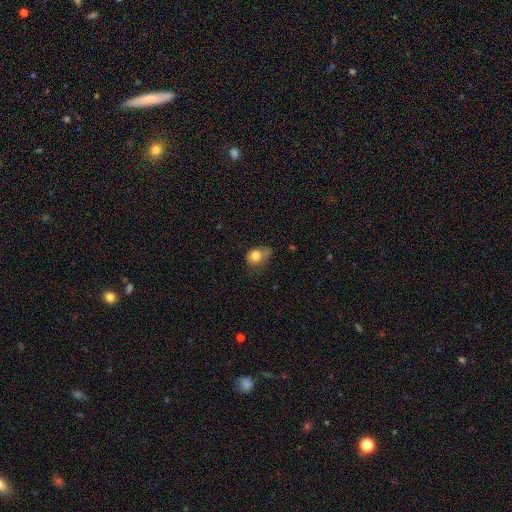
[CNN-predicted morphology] Smooth or featured: smooth — 77% (featured or disk — 13%)
How rounded: in between — 50% (round — 49%)
Merging: minor disturbance — 40% (none — 37%)